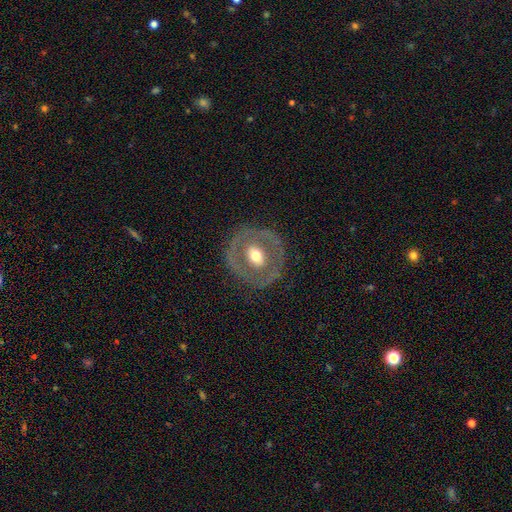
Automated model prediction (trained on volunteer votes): featured or disk 58%, smooth 36%, star or artifact 6%. Down the decision tree: edge-on disk — no (94%); bar — no (58%); spiral arms — no (83%); bulge size — moderate (69%); merging — none (78%).